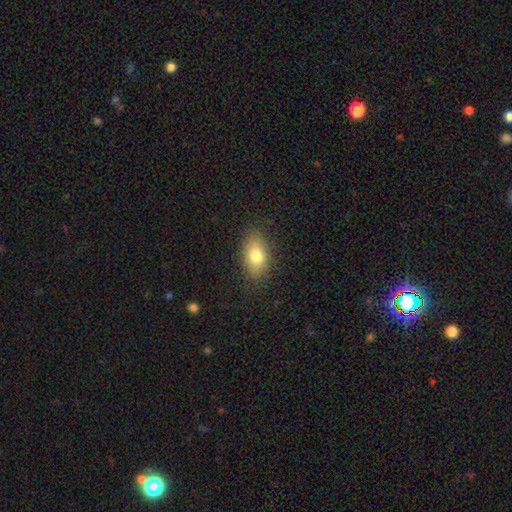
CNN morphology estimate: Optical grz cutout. It shows a smooth galaxy with no disk features (79%) that is in between round and cigar-shaped (87%). Merging: none (83%).